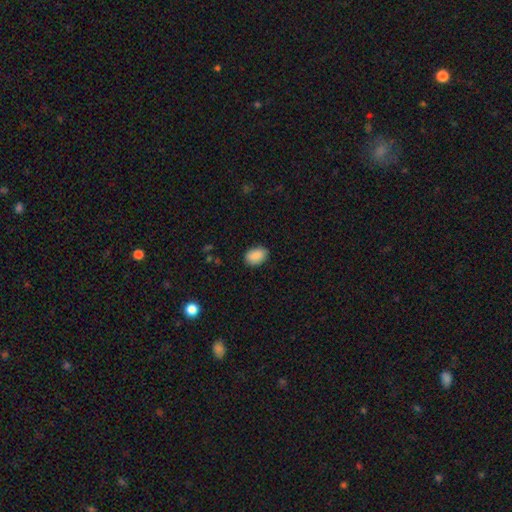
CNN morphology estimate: Overall: smooth (90%). How rounded: in between (83%). Merging: none (85%).